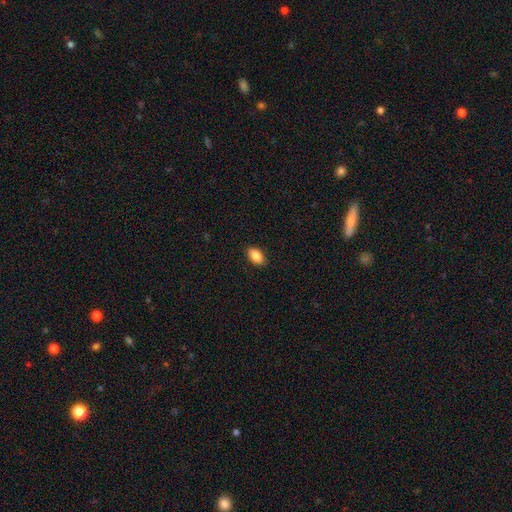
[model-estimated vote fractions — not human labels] Smooth or featured? Predicted: smooth (p=0.88). How rounded? Predicted: in between (p=0.91). Merging? Predicted: none (p=0.89).